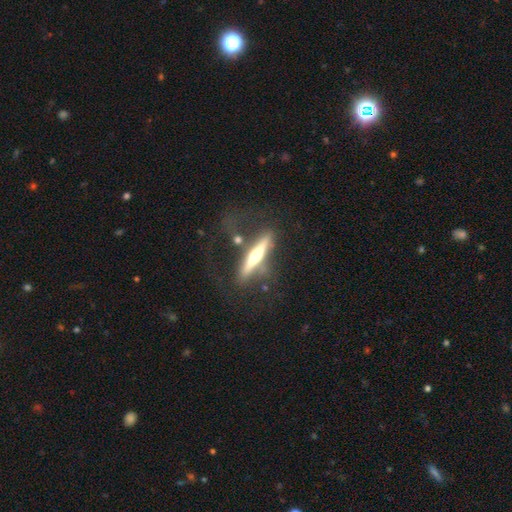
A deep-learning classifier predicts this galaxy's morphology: Q: Smooth or featured?
A: featured or disk (69%); runner-up: smooth (25%)
Q: Edge-on disk?
A: yes (94%); runner-up: no (6%)
Q: Edge-on bulge?
A: rounded (89%); runner-up: none (6%)
Q: Merging?
A: none (64%); runner-up: minor disturbance (18%)